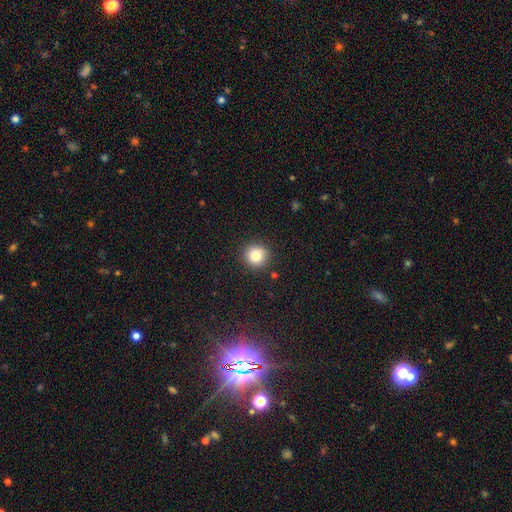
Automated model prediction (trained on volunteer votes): A smooth galaxy with no disk features (81%) that is round (93%). Merging: none (90%).